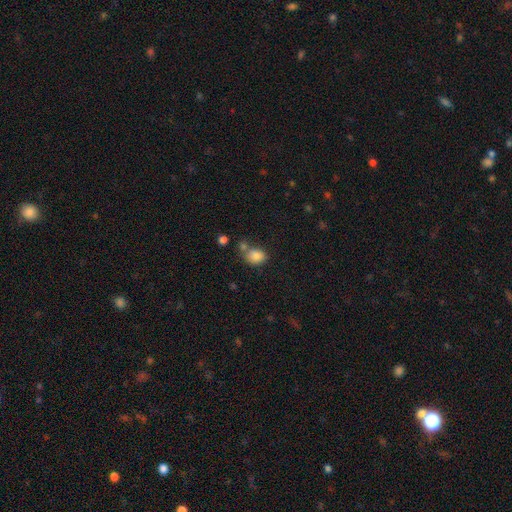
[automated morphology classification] Smooth or featured? smooth (83%)
How rounded? in between (52%)
Merging? none (53%)